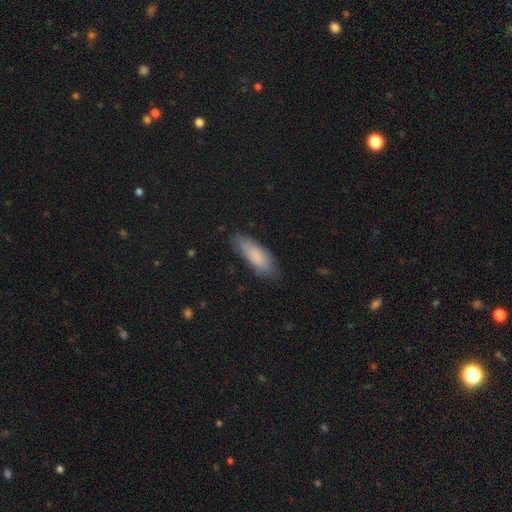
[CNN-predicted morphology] smooth-or-featured: smooth: 81% | featured or disk: 13% | star or artifact: 6%
  how-rounded: in between: 65% | cigar-shaped: 33% | round: 2%
  merging: none: 75% | minor disturbance: 20% | major disturbance: 4% | merger: 1%